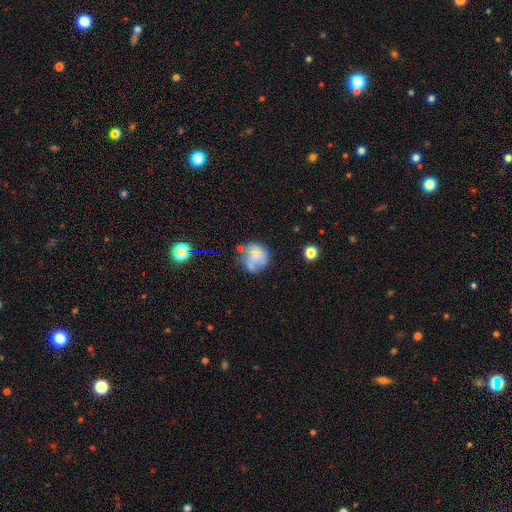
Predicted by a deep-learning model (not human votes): Smooth or featured: featured or disk — 49% (smooth — 39%)
Merging: none — 51% (minor disturbance — 24%)